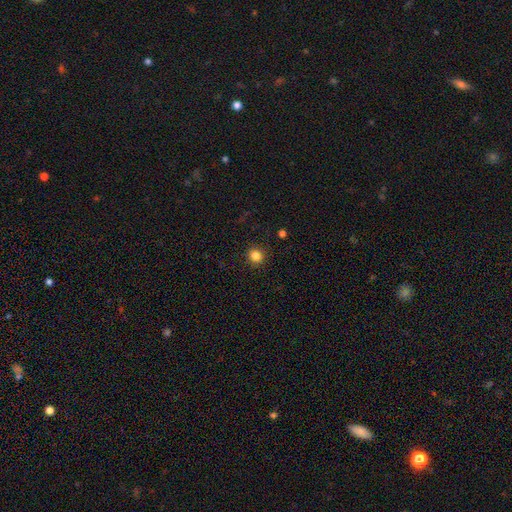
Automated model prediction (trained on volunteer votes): Smooth or featured: smooth — 84% (star or artifact — 12%)
How rounded: round — 92% (in between — 7%)
Merging: none — 91% (minor disturbance — 6%)